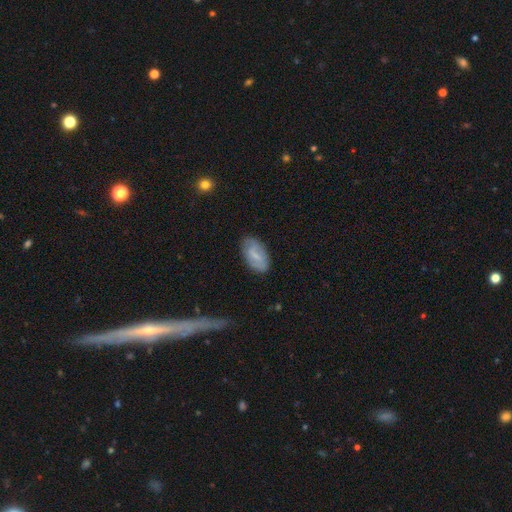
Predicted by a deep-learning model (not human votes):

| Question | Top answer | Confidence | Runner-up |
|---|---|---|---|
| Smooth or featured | smooth | 53% | featured or disk (40%) |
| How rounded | in between | 93% | round (4%) |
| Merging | none | 76% | minor disturbance (18%) |